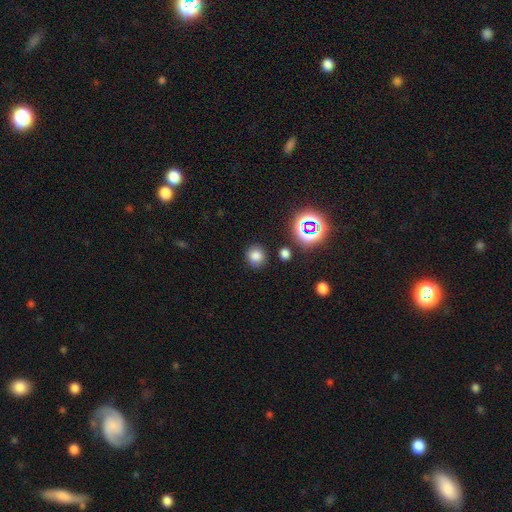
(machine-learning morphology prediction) Smooth or featured: smooth — 75% (star or artifact — 18%)
How rounded: round — 89% (in between — 10%)
Merging: none — 85% (minor disturbance — 9%)